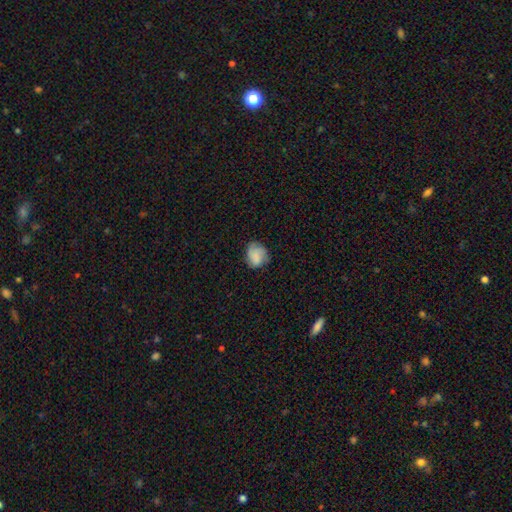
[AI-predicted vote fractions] smooth_or_featured: smooth (p=0.67) [alt: featured or disk p=0.24]
how_rounded: round (p=0.60) [alt: in between p=0.39]
merging: none (p=0.68) [alt: minor disturbance p=0.23]